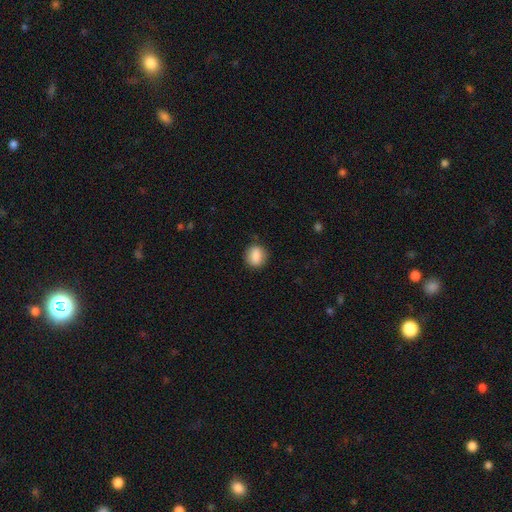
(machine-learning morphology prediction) Smooth or featured: smooth — 86% (star or artifact — 8%)
How rounded: round — 63% (in between — 36%)
Merging: none — 83% (minor disturbance — 13%)